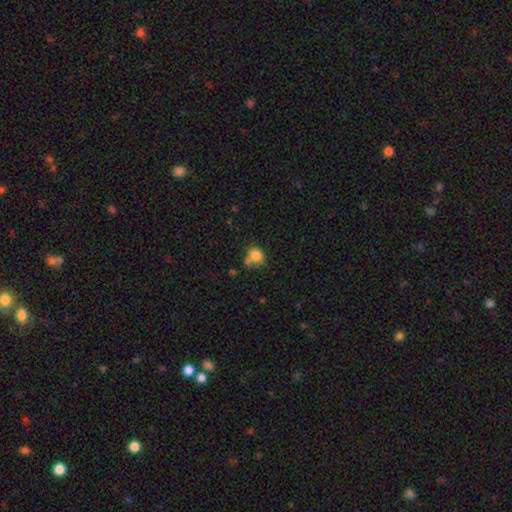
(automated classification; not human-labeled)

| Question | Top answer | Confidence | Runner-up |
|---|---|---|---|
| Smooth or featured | smooth | 80% | star or artifact (11%) |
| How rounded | round | 73% | in between (26%) |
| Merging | none | 48% | merger (22%) |